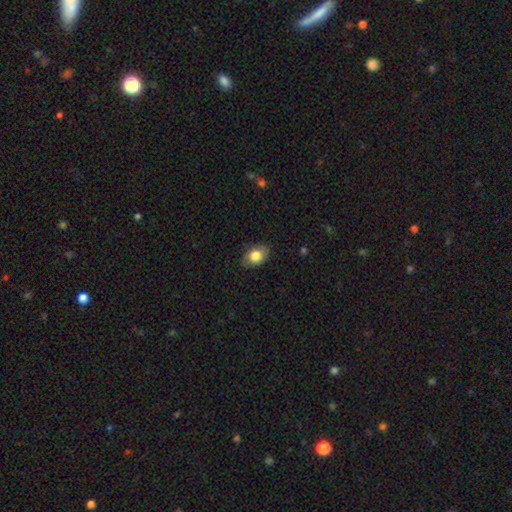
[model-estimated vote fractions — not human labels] smooth 78%, featured or disk 14%, star or artifact 8%. Down the decision tree: how rounded — in between (79%); merging — none (81%).